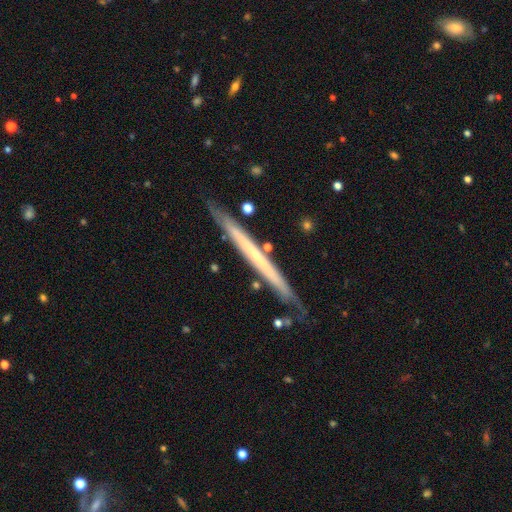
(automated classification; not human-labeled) smooth_or_featured: featured or disk (p=0.63) [alt: smooth p=0.31]
disk_edge_on: yes (p=0.95) [alt: no p=0.05]
edge_on_bulge: none (p=0.84) [alt: rounded p=0.13]
merging: none (p=0.82) [alt: minor disturbance p=0.13]